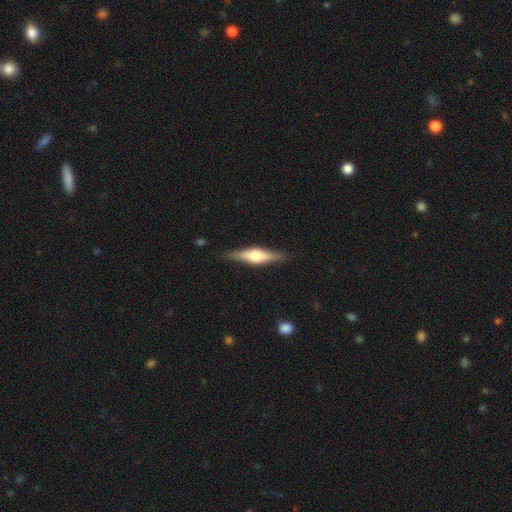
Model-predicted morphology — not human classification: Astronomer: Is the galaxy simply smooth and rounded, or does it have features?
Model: featured or disk — 63%.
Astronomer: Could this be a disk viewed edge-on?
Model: yes — 96%.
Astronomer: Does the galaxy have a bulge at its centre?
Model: rounded — 88%.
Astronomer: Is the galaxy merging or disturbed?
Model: none — 86%.